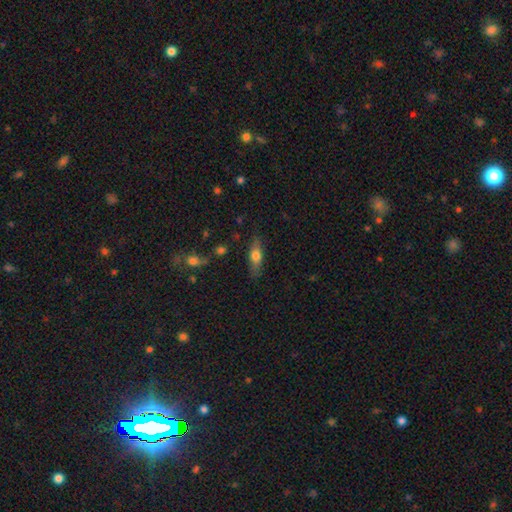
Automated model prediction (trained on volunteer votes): A smooth galaxy with no disk features (62%) that is in between round and cigar-shaped (52%).

Vote fractions:
- Smooth or featured? smooth: 62% / featured or disk: 31% / star or artifact: 7%
- How rounded? in between: 52% / cigar-shaped: 44% / round: 4%
- Merging? none: 80% / minor disturbance: 14% / major disturbance: 4% / merger: 2%